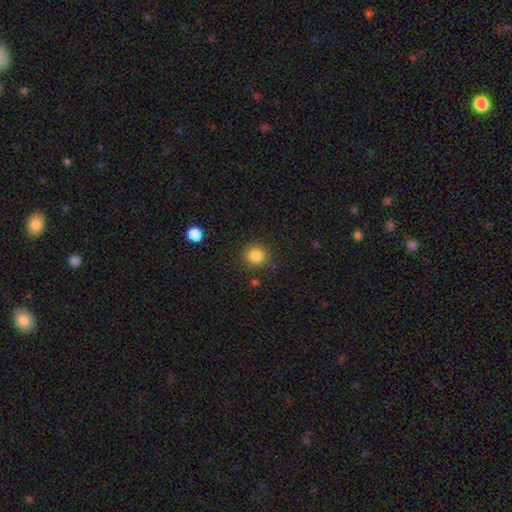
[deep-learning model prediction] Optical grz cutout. It shows a smooth galaxy with no disk features (85%) that is round (89%). Merging: none (86%).